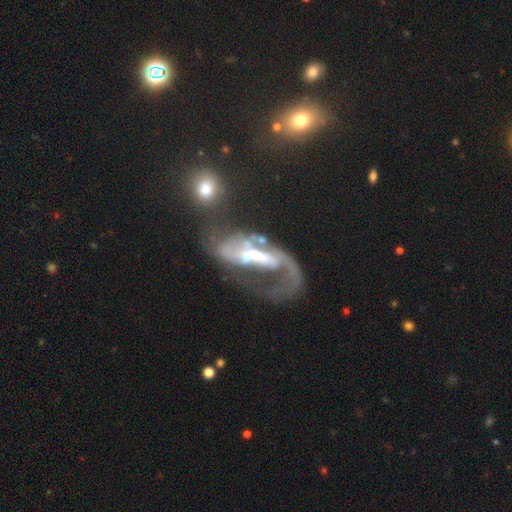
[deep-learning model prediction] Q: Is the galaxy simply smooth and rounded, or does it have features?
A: featured or disk — 77%.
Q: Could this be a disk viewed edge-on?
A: no — 92%.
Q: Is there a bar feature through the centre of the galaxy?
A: no — 38%.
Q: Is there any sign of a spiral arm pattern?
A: yes — 71%.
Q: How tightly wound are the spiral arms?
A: loose — 51%.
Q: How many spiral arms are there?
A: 1 — 53%.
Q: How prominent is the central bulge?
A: moderate — 46%.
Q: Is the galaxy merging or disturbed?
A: major disturbance — 46%.